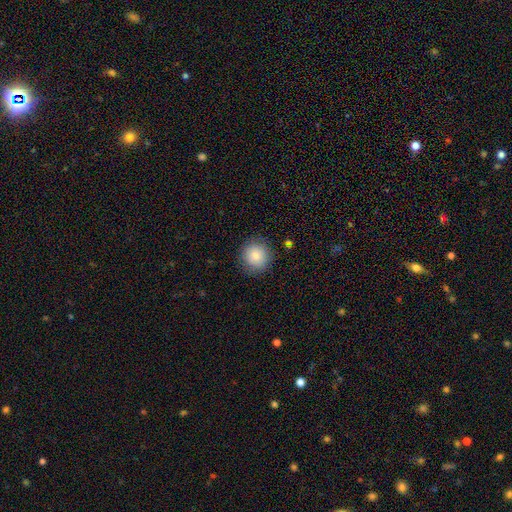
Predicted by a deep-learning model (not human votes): A smooth galaxy with no disk features (82%) that is round (93%).

Vote fractions:
- Smooth or featured? smooth: 82% / featured or disk: 9% / star or artifact: 9%
- How rounded? round: 93% / in between: 6% / cigar-shaped: 1%
- Merging? none: 86% / minor disturbance: 10% / major disturbance: 3% / merger: 1%